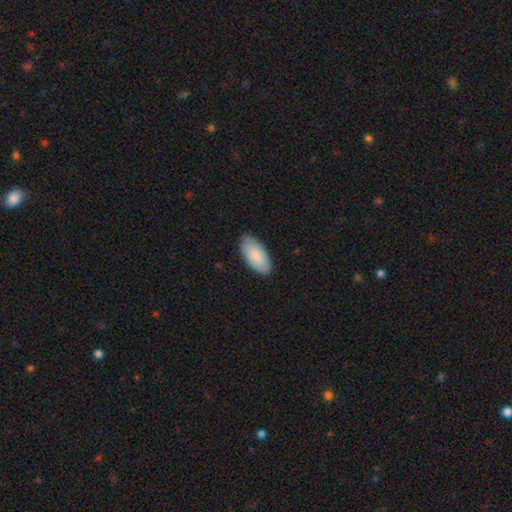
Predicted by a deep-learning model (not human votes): Overall: smooth (86%). How rounded: in between (94%). Merging: none (84%).